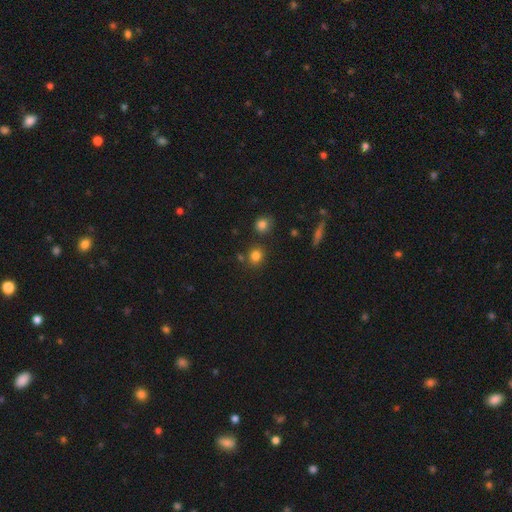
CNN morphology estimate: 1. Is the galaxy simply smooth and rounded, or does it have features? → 80% smooth, 14% star or artifact, 6% featured or disk.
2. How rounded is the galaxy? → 79% round, 20% in between, 1% cigar-shaped.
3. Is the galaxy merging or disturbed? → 78% none, 10% minor disturbance, 9% merger, 3% major disturbance.